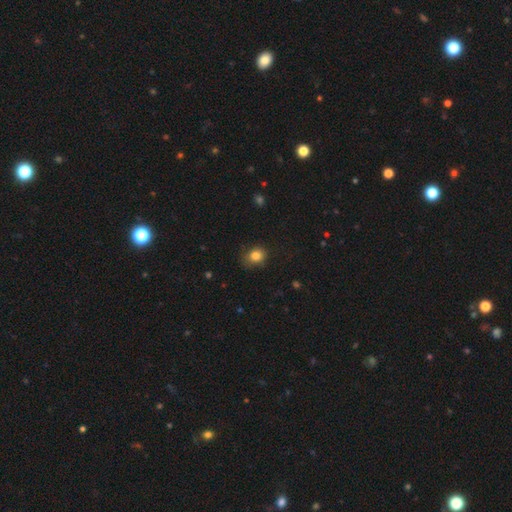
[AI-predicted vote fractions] smooth-or-featured: smooth: 83% | star or artifact: 11% | featured or disk: 6%
  how-rounded: round: 58% | in between: 41% | cigar-shaped: 1%
  merging: none: 72% | minor disturbance: 21% | major disturbance: 5% | merger: 1%